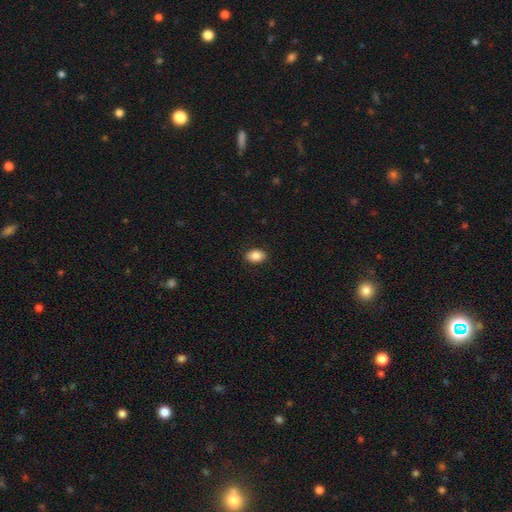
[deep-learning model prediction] The model was most divided on "how rounded": in between: 79%, round: 20%, cigar-shaped: 1%. More confident: merging — none (89%); smooth or featured — smooth (86%).